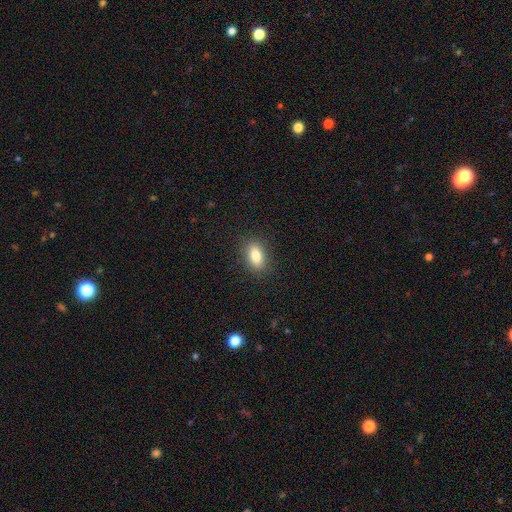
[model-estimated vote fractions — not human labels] smooth 83%, featured or disk 8%, star or artifact 8%. Down the decision tree: how rounded — in between (87%); merging — none (88%).